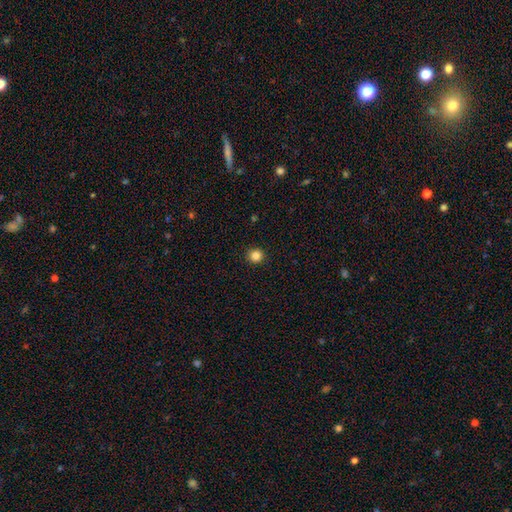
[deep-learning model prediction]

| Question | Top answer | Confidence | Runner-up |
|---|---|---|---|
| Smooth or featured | smooth | 84% | star or artifact (12%) |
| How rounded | round | 93% | in between (6%) |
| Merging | none | 93% | minor disturbance (5%) |